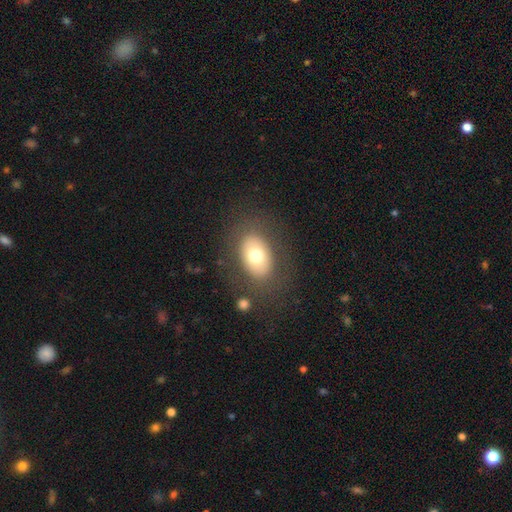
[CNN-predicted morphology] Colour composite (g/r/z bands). It shows a smooth galaxy with no disk features (70%) that is in between round and cigar-shaped (82%). Merging: none (80%).